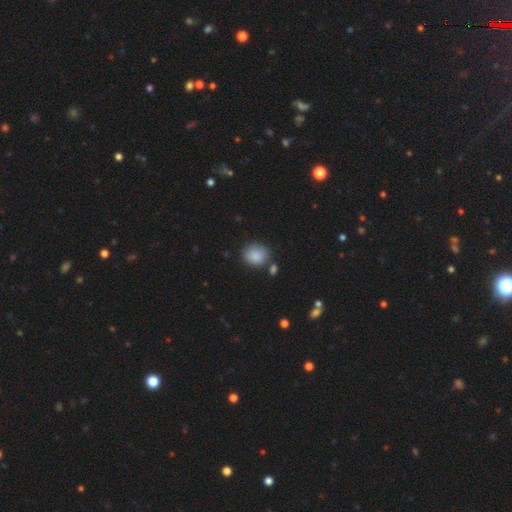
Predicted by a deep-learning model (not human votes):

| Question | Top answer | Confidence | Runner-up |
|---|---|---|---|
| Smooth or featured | smooth | 87% | star or artifact (8%) |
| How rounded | round | 75% | in between (24%) |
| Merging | none | 71% | minor disturbance (15%) |